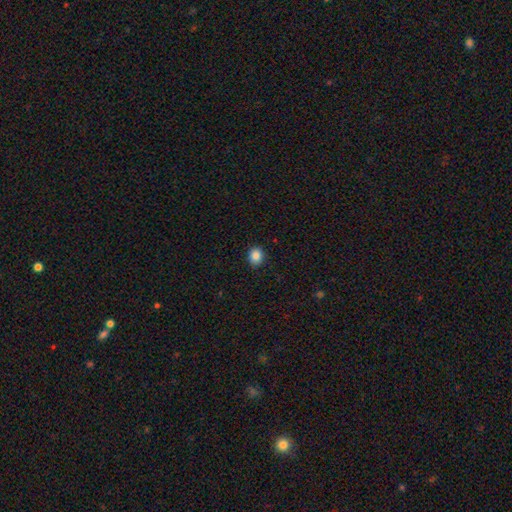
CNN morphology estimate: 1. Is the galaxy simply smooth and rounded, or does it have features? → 86% smooth, 10% star or artifact, 4% featured or disk.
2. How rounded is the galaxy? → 66% round, 33% in between, 1% cigar-shaped.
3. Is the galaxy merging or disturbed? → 89% none, 8% minor disturbance, 2% major disturbance, 1% merger.